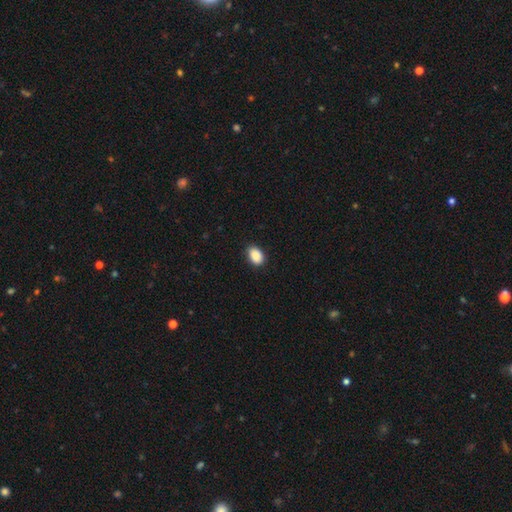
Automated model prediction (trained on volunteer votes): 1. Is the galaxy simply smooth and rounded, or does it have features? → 90% smooth, 7% star or artifact, 2% featured or disk.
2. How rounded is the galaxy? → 83% in between, 16% round, 1% cigar-shaped.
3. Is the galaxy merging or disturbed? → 87% none, 10% minor disturbance, 2% major disturbance, 1% merger.